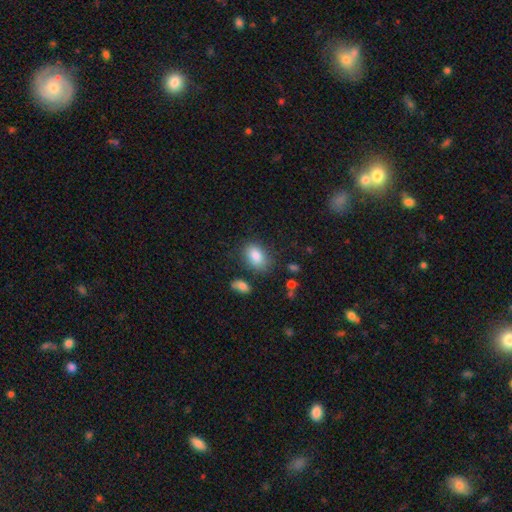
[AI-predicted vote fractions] Morphology: type=smooth (85%); roundness=in between (83%); merging=none (75%).